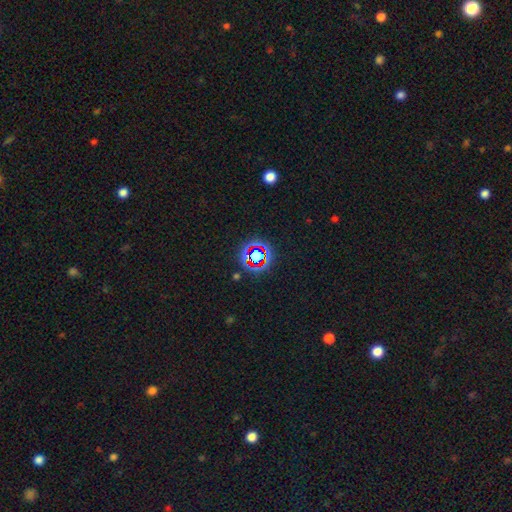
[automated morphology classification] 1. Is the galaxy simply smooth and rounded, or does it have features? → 69% star or artifact, 20% smooth, 11% featured or disk.